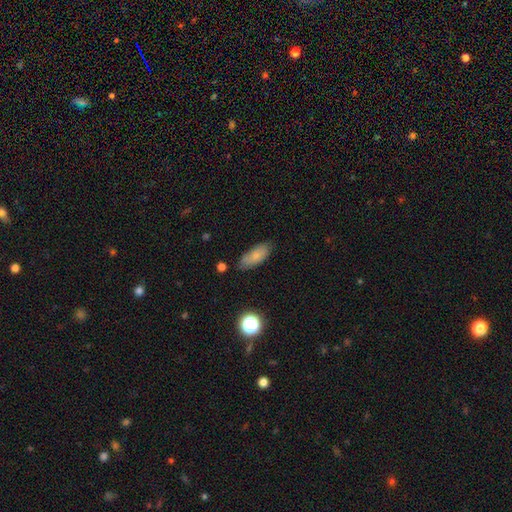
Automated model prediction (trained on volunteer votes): smooth 77%, featured or disk 15%, star or artifact 9%. Down the decision tree: how rounded — in between (81%); merging — none (75%).